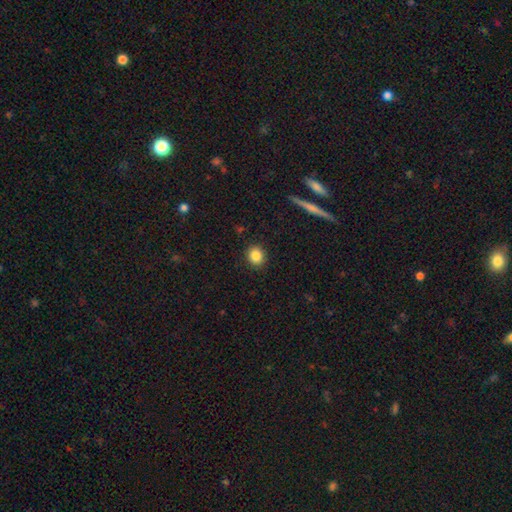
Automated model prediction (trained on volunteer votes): Smooth or featured: smooth — 85% (star or artifact — 10%)
How rounded: round — 81% (in between — 18%)
Merging: none — 91% (minor disturbance — 6%)